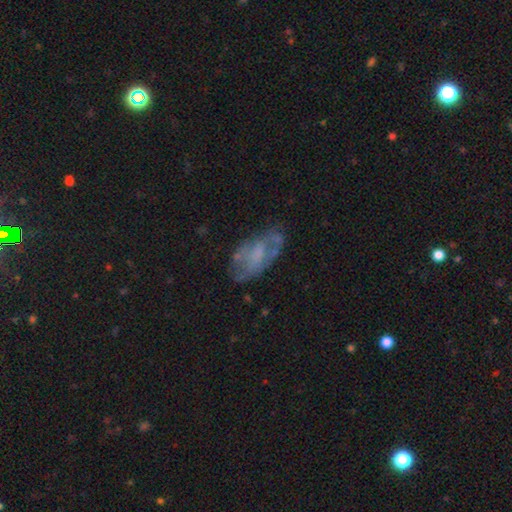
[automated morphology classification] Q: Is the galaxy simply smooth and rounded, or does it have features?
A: featured or disk — 57%.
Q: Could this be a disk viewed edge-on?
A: no — 93%.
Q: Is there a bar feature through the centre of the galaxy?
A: no — 65%.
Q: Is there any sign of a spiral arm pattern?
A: no — 58%.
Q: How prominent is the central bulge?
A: none — 43%.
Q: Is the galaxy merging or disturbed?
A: none — 55%.